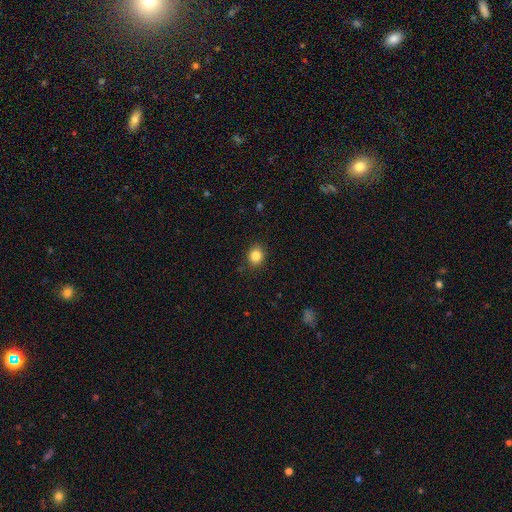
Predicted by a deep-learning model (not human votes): smooth 85%, star or artifact 11%, featured or disk 5%. Down the decision tree: how rounded — round (66%); merging — none (88%).